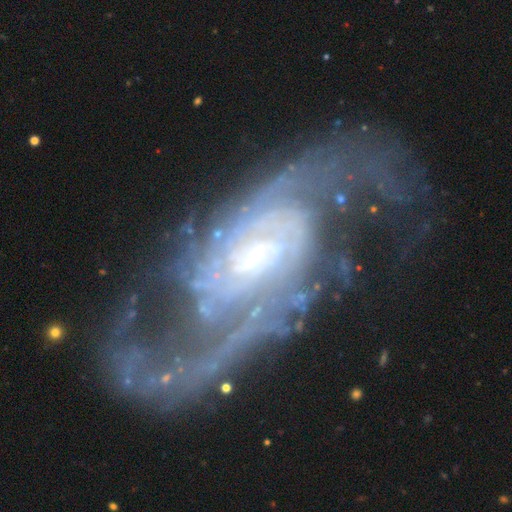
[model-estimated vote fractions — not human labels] Smooth or featured?
  - featured or disk: 90% *
  - star or artifact: 5%
  - smooth: 5%
Edge-on disk?
  - no: 96% *
  - yes: 4%
Bar?
  - weak: 43% *
  - no: 42%
  - strong: 15%
Spiral arms?
  - yes: 97% *
  - no: 3%
Spiral winding?
  - medium: 45% *
  - loose: 31%
  - tight: 25%
Spiral arm count?
  - 2: 75% *
  - can't tell: 9%
  - 3: 5%
  - 1: 4%
  - 4: 3%
  - more than 4: 3%
Bulge size?
  - small: 59% *
  - moderate: 28%
  - none: 6%
  - large: 5%
  - dominant: 2%
Merging?
  - none: 60% *
  - major disturbance: 22%
  - minor disturbance: 15%
  - merger: 3%